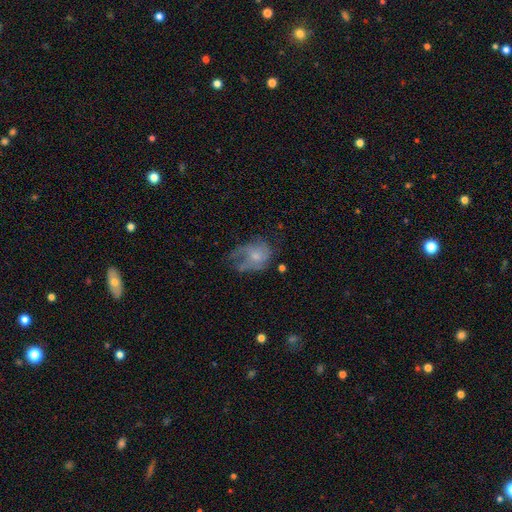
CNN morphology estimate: Smooth or featured?
  - featured or disk: 48% *
  - smooth: 42%
  - star or artifact: 10%
Merging?
  - major disturbance: 40% *
  - none: 30%
  - minor disturbance: 27%
  - merger: 4%